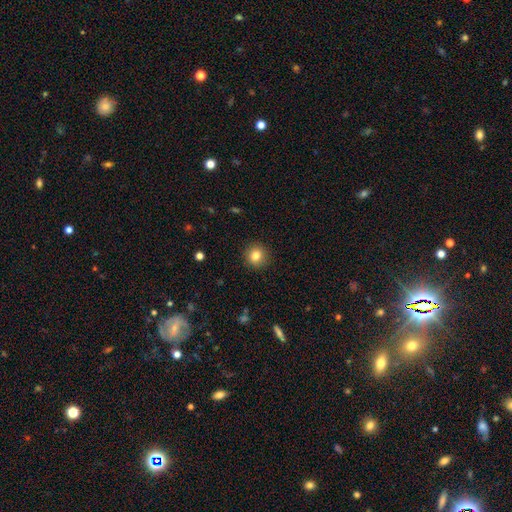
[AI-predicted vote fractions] Smooth or featured?
  - smooth: 82% *
  - star or artifact: 11%
  - featured or disk: 7%
How rounded?
  - round: 91% *
  - in between: 8%
  - cigar-shaped: 1%
Merging?
  - none: 91% *
  - minor disturbance: 6%
  - major disturbance: 2%
  - merger: 1%